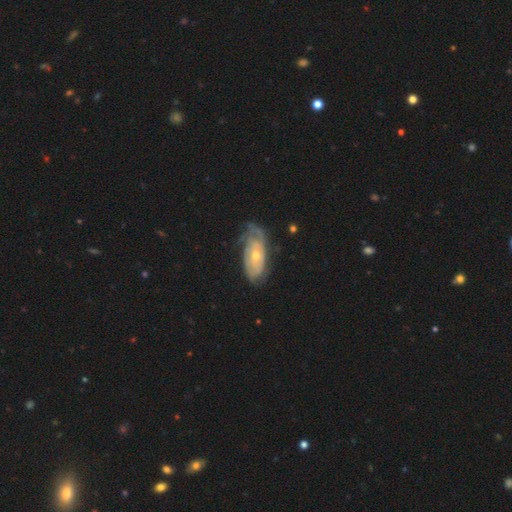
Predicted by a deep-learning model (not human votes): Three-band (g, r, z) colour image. It shows a featured or disk galaxy (75%) with no bar (77%), tight (68%) spiral arms (86%) and a small central bulge (55%). Merging: none (59%).